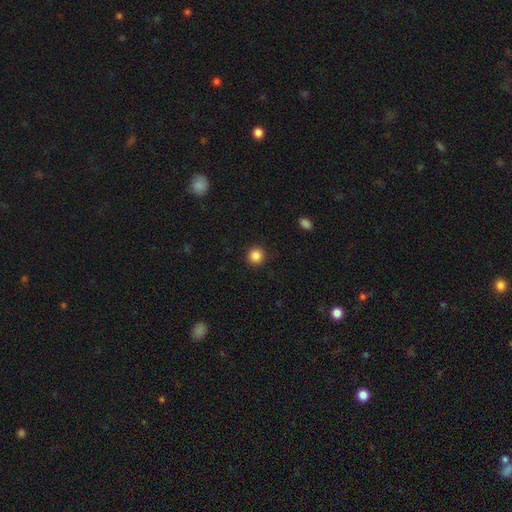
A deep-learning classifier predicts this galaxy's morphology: A smooth galaxy with no disk features (86%) that is round (95%).

Vote fractions:
- Smooth or featured? smooth: 86% / star or artifact: 10% / featured or disk: 3%
- How rounded? round: 95% / in between: 4% / cigar-shaped: 1%
- Merging? none: 92% / minor disturbance: 5% / major disturbance: 2% / merger: 1%